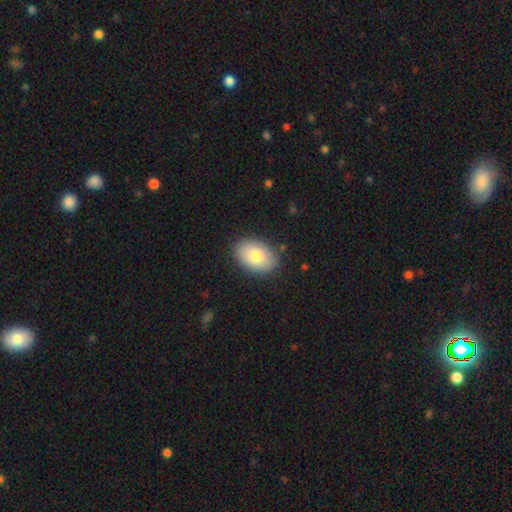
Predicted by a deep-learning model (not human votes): This is clearly a smooth galaxy (81%). How rounded: clearly in between (85%). Merging: clearly none (87%).